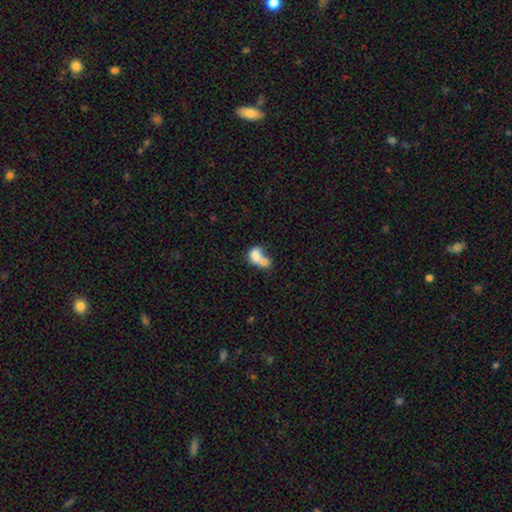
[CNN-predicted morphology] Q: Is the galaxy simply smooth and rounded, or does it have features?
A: smooth — 74%.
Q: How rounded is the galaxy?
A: in between — 60%.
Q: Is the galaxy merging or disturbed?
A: merger — 73%.